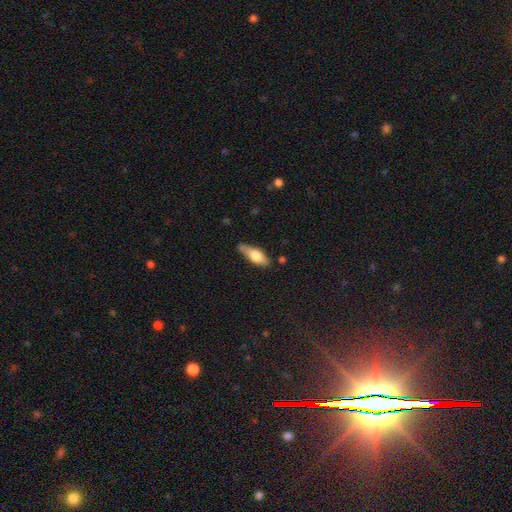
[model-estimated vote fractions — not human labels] Morphology: type=smooth (66%); roundness=in between (63%); merging=none (71%).